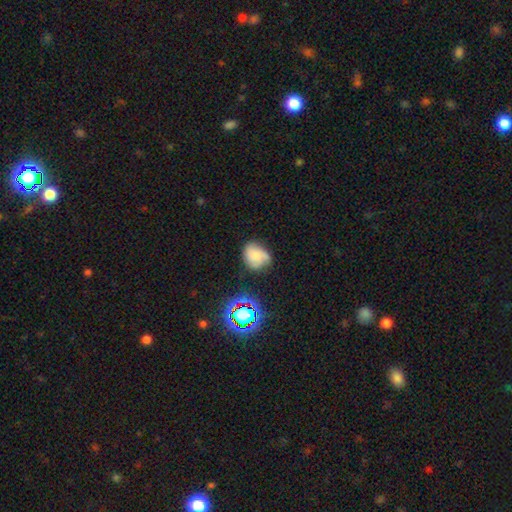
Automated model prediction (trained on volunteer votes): A smooth galaxy with no disk features (50%) that is round (54%). Merging: none (54%).